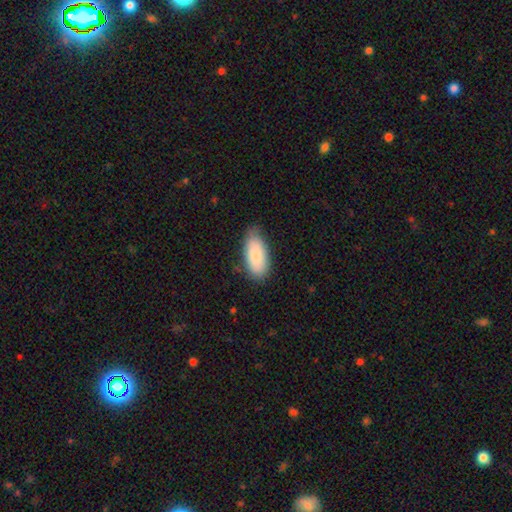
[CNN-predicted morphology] Smooth or featured? Predicted: smooth (p=0.83). How rounded? Predicted: in between (p=0.91). Merging? Predicted: none (p=0.70).